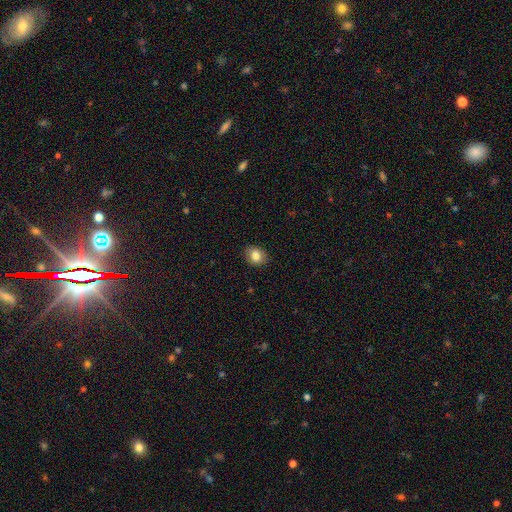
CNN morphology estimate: This is clearly a smooth galaxy (83%). How rounded: possibly round (52%). Merging: clearly none (89%).